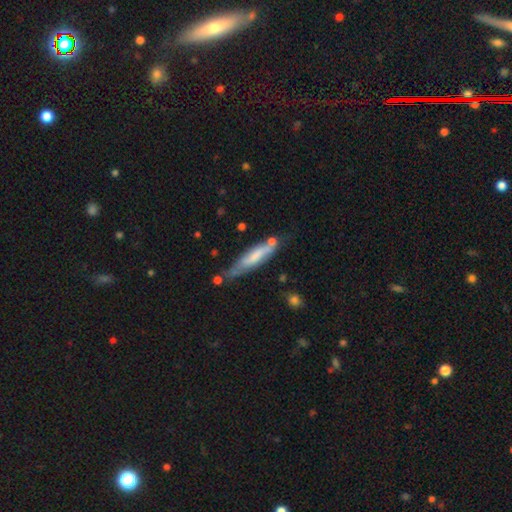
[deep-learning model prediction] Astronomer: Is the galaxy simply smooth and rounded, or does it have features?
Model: smooth — 54% (runner-up: featured or disk, 40%).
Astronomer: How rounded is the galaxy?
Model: cigar-shaped — 80%.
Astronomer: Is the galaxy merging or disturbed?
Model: none — 52% (runner-up: minor disturbance, 28%).